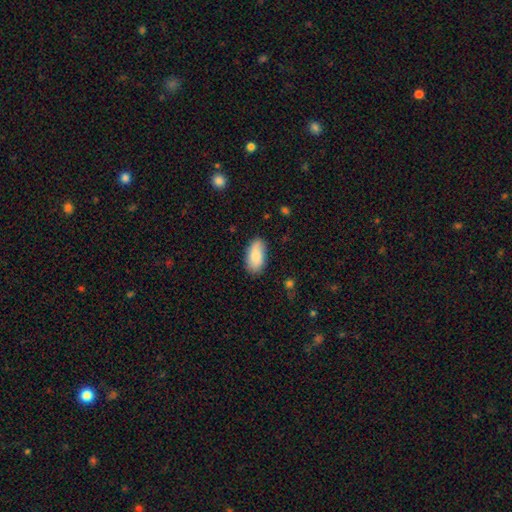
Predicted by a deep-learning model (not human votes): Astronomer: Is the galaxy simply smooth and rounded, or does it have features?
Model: smooth — 84%.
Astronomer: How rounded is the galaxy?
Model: in between — 93%.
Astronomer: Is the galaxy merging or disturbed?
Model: none — 82%.